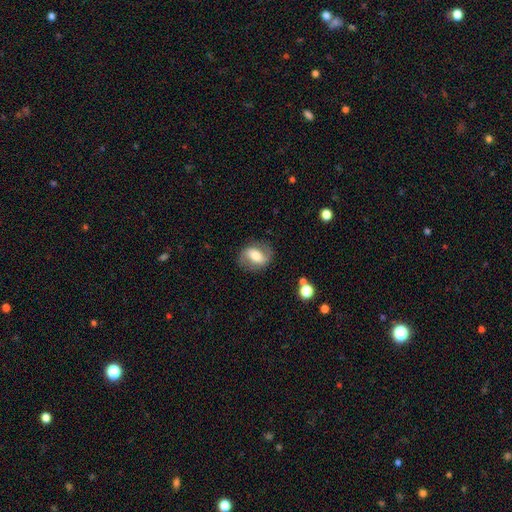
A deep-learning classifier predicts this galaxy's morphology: Smooth or featured? featured or disk (49%)
Merging? none (77%)